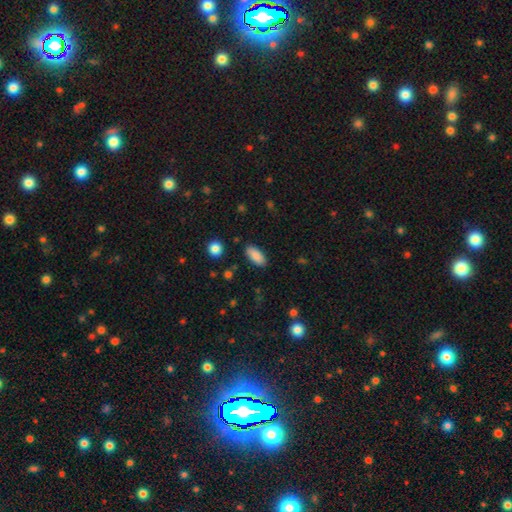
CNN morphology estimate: The model was most divided on "how rounded": in between: 88%, cigar-shaped: 10%, round: 2%. More confident: smooth or featured — smooth (89%); merging — none (87%).